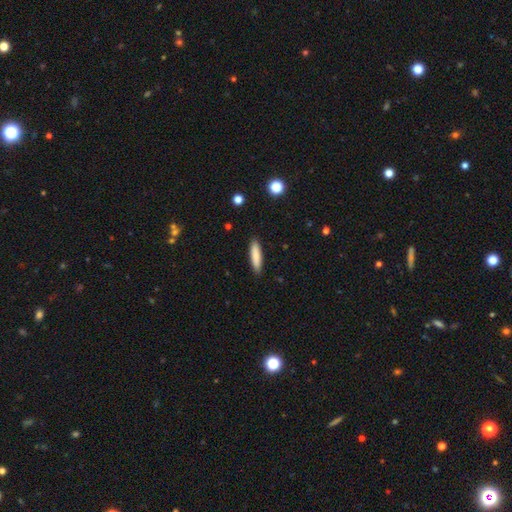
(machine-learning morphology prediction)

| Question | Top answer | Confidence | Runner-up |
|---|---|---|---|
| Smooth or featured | smooth | 85% | featured or disk (9%) |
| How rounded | cigar-shaped | 75% | in between (23%) |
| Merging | none | 90% | minor disturbance (8%) |